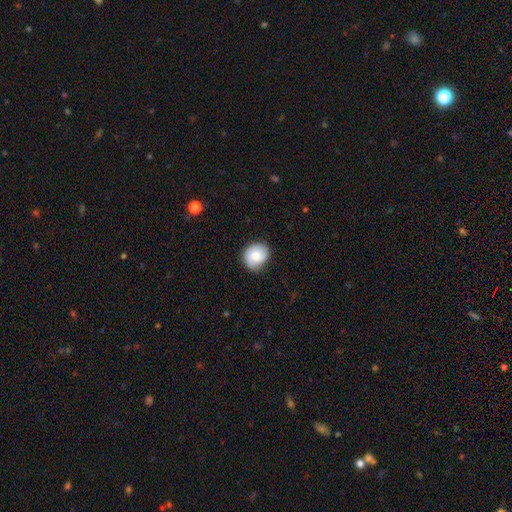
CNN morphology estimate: Smooth or featured? smooth (65%)
How rounded? round (74%)
Merging? none (77%)